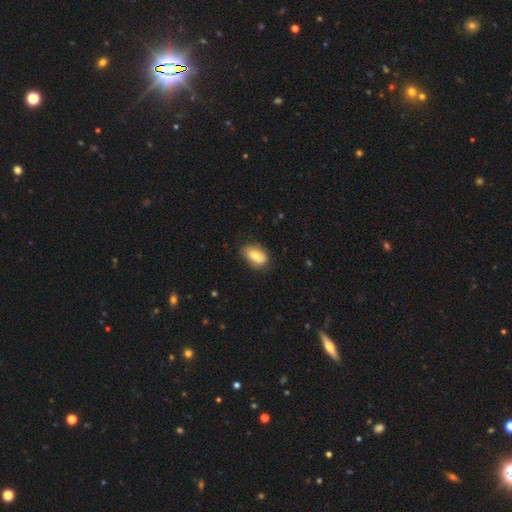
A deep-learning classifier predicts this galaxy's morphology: smooth-or-featured: smooth: 72% | featured or disk: 21% | star or artifact: 7%
  how-rounded: in between: 89% | round: 9% | cigar-shaped: 2%
  merging: none: 76% | minor disturbance: 19% | major disturbance: 3% | merger: 2%